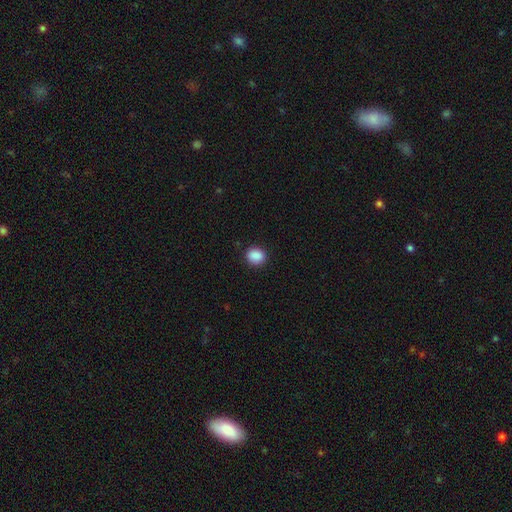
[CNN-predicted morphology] This is clearly a smooth galaxy (89%). How rounded: likely round (69%). Merging: clearly none (89%).